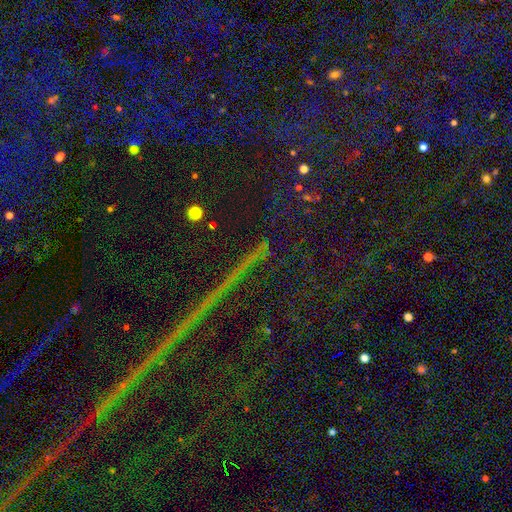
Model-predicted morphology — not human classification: Smooth or featured? star or artifact (85%)